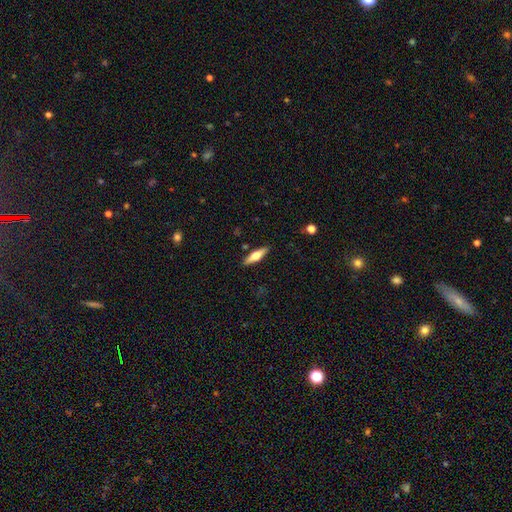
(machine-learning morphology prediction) Overall: smooth (51%; featured or disk 43%). How rounded: cigar-shaped (63%; in between 35%). Merging: none (89%).